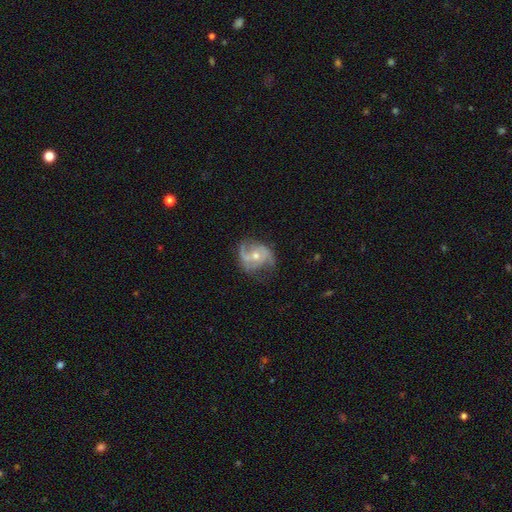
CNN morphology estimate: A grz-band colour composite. It shows a featured or disk galaxy (82%) with no bar (57%), 2 (71%) medium (46%) spiral arms (93%) and a moderate central bulge (53%). Merging: none (65%).